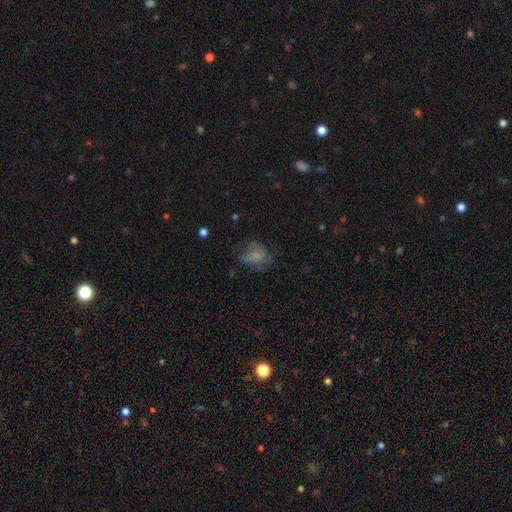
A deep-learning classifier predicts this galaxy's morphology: smooth-or-featured: smooth: 60% | featured or disk: 26% | star or artifact: 14%
  how-rounded: in between: 57% | round: 42% | cigar-shaped: 1%
  merging: none: 44% | major disturbance: 28% | minor disturbance: 26% | merger: 2%